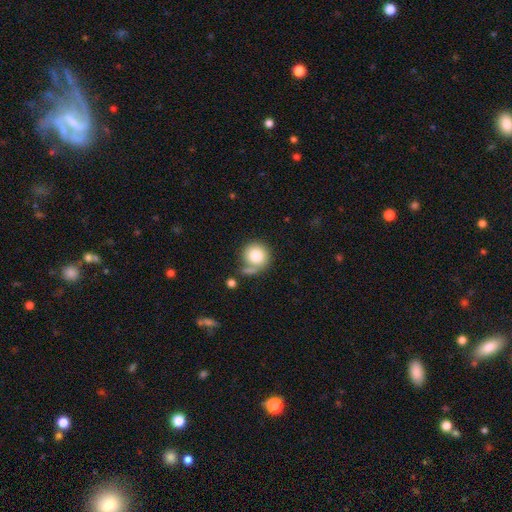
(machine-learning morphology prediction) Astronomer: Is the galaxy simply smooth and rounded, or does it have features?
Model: smooth — 82%.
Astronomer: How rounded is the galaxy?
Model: round — 90%.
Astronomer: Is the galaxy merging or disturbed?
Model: none — 57%.